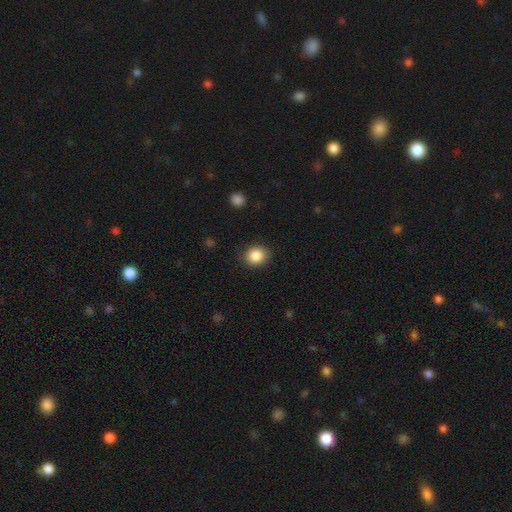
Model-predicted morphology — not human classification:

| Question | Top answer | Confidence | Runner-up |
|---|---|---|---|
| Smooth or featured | smooth | 86% | star or artifact (9%) |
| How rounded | round | 69% | in between (30%) |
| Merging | none | 88% | minor disturbance (8%) |